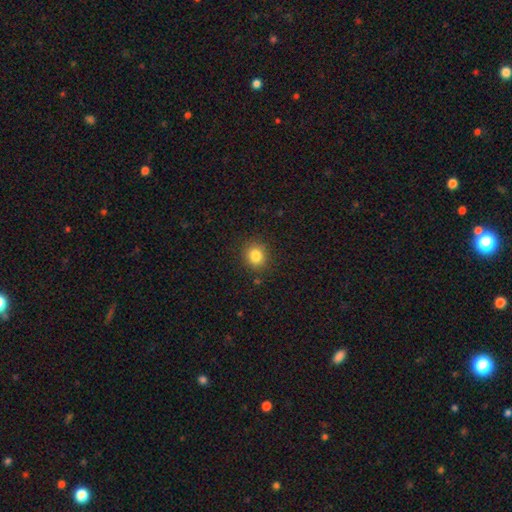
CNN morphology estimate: Smooth or featured: smooth — 83% (star or artifact — 11%)
How rounded: round — 78% (in between — 21%)
Merging: none — 87% (minor disturbance — 9%)